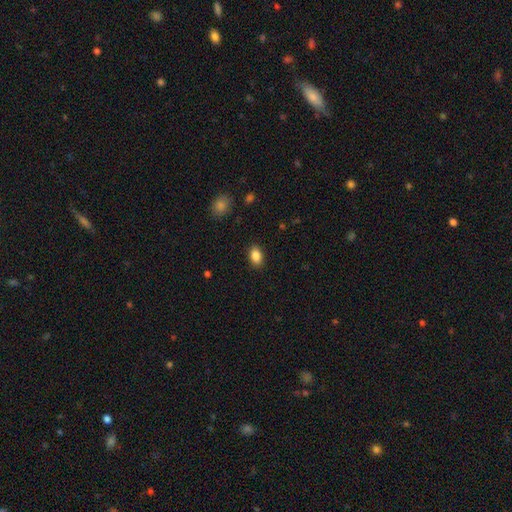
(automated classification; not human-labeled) Smooth or featured?
  - smooth: 86% *
  - star or artifact: 8%
  - featured or disk: 5%
How rounded?
  - in between: 85% *
  - round: 13%
  - cigar-shaped: 2%
Merging?
  - none: 88% *
  - minor disturbance: 8%
  - major disturbance: 2%
  - merger: 1%